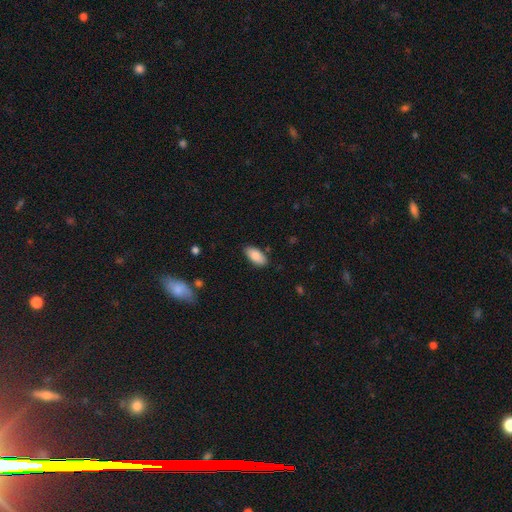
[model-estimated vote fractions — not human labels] Smooth or featured? Predicted: smooth (p=0.86). How rounded? Predicted: in between (p=0.92). Merging? Predicted: none (p=0.84).